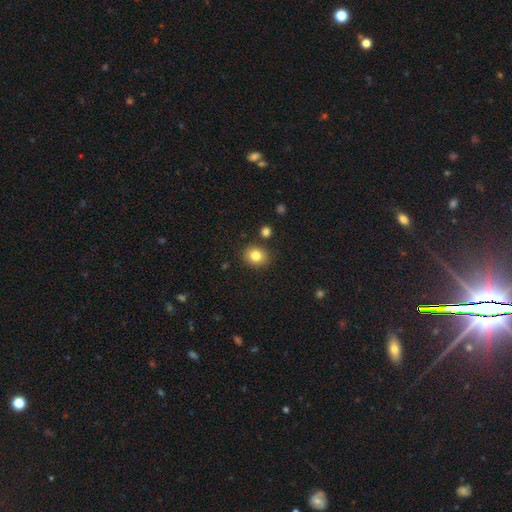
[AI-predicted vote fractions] Smooth or featured: smooth — 83% (star or artifact — 10%)
How rounded: round — 65% (in between — 34%)
Merging: none — 86% (minor disturbance — 8%)